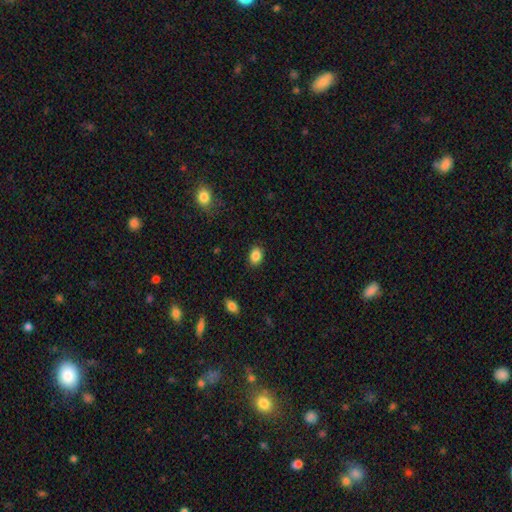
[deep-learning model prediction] A smooth galaxy with no disk features (87%) that is in between round and cigar-shaped (70%). Merging: none (87%).